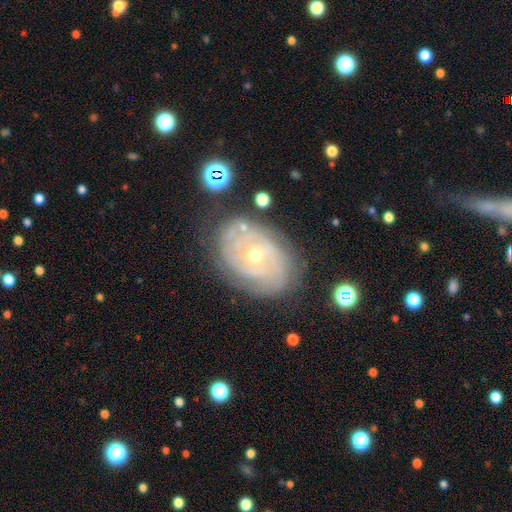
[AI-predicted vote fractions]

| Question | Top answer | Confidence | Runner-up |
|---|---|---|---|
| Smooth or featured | featured or disk | 85% | smooth (8%) |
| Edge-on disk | no | 96% | yes (4%) |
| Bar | no | 74% | weak (21%) |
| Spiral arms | yes | 93% | no (7%) |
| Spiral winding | tight | 76% | medium (20%) |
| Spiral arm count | can't tell | 36% | 2 (19%) |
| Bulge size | small | 64% | moderate (33%) |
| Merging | none | 75% | minor disturbance (17%) |